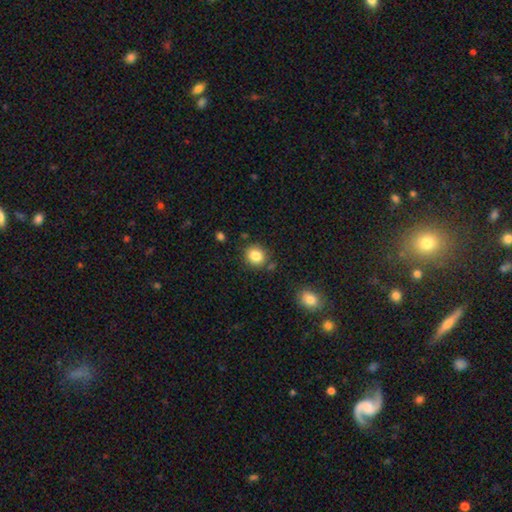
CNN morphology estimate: Overall: smooth (84%). How rounded: round (76%). Merging: none (83%).